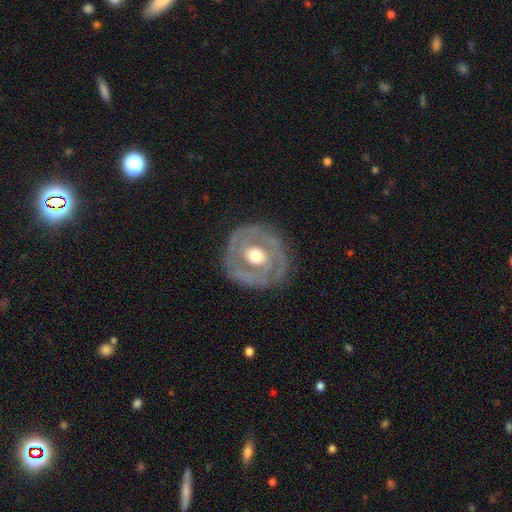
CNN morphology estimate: Smooth or featured?
  - featured or disk: 81% *
  - smooth: 14%
  - star or artifact: 5%
Edge-on disk?
  - no: 97% *
  - yes: 3%
Bar?
  - no: 61% *
  - weak: 28%
  - strong: 11%
Spiral arms?
  - yes: 79% *
  - no: 21%
Spiral winding?
  - tight: 67% *
  - medium: 25%
  - loose: 8%
Spiral arm count?
  - 2: 46% *
  - can't tell: 24%
  - 3: 14%
  - 1: 7%
  - 4: 5%
  - more than 4: 4%
Bulge size?
  - moderate: 72% *
  - large: 16%
  - small: 9%
  - dominant: 1%
  - none: 1%
Merging?
  - none: 82% *
  - minor disturbance: 12%
  - major disturbance: 5%
  - merger: 1%